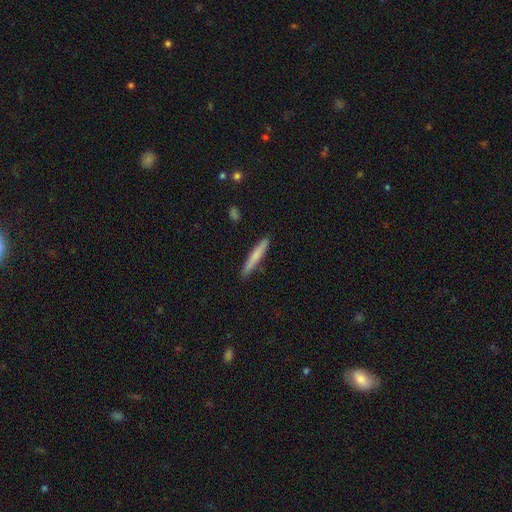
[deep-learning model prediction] The model was most divided on "smooth or featured": smooth: 71%, featured or disk: 23%, star or artifact: 6%. More confident: how rounded — cigar-shaped (95%); merging — none (89%).